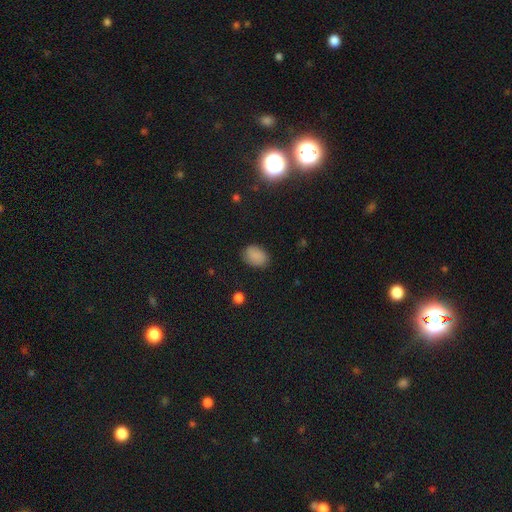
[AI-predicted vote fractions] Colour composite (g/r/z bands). It shows a smooth galaxy with no disk features (86%) that is in between round and cigar-shaped (78%). Merging: none (83%).